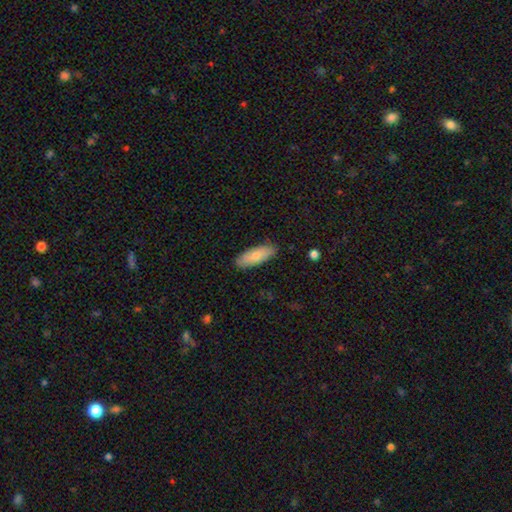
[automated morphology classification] A smooth galaxy with no disk features (79%) that is in between round and cigar-shaped (70%). Merging: none (86%).